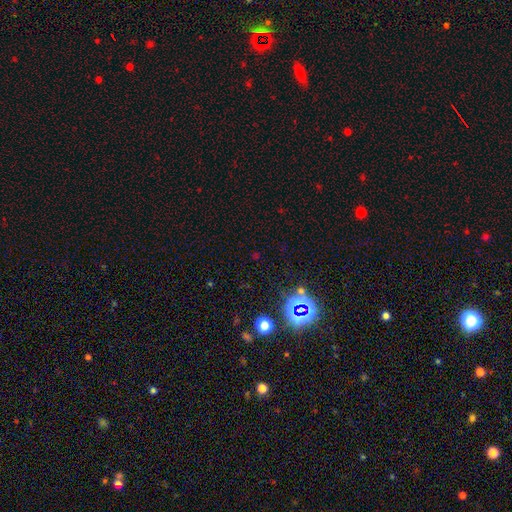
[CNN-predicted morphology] star or artifact 67%, smooth 25%, featured or disk 8%.